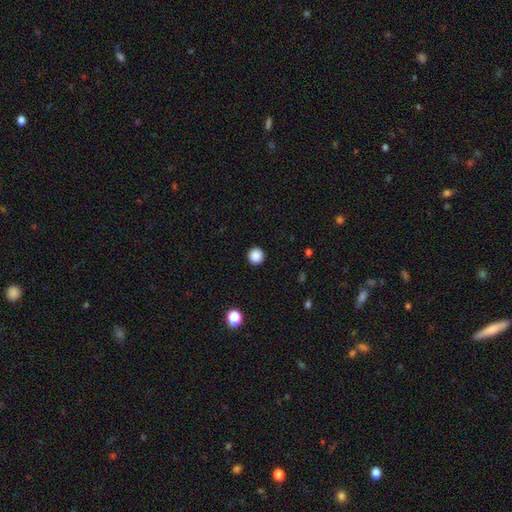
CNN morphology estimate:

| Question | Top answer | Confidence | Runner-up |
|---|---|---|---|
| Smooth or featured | smooth | 87% | star or artifact (10%) |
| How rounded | round | 96% | in between (3%) |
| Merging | none | 93% | minor disturbance (4%) |